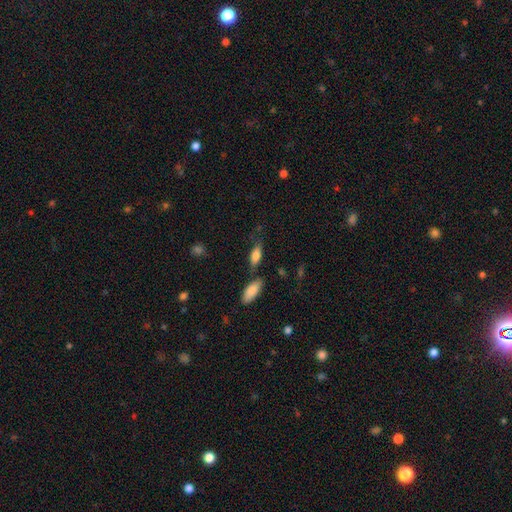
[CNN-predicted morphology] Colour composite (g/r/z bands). It shows a smooth galaxy with no disk features (76%) that is in between round and cigar-shaped (72%). Merging: none (63%).